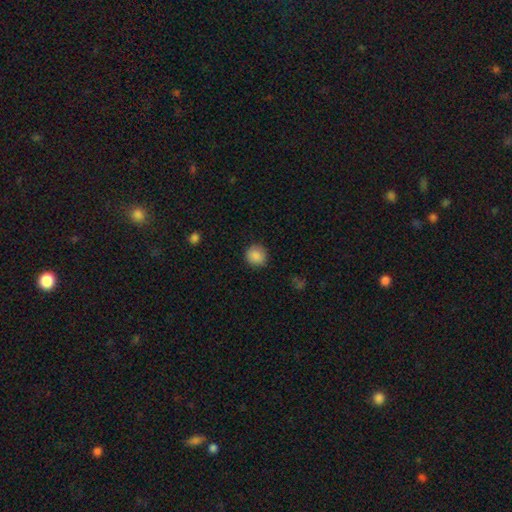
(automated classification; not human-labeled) Smooth or featured? Predicted: smooth (p=0.88). How rounded? Predicted: round (p=0.90). Merging? Predicted: none (p=0.89).